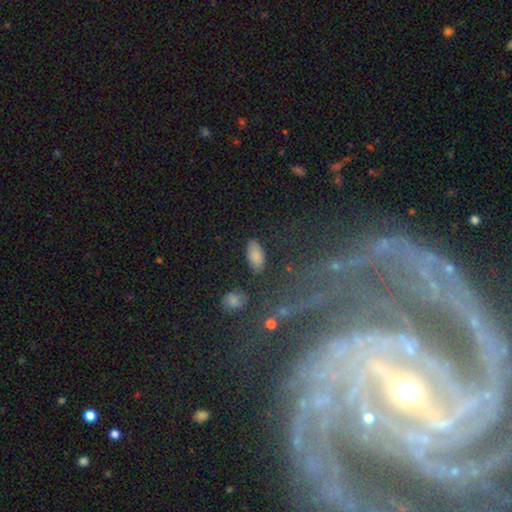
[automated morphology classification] smooth-or-featured: smooth: 83% | star or artifact: 9% | featured or disk: 8%
  how-rounded: in between: 92% | cigar-shaped: 5% | round: 3%
  merging: none: 80% | minor disturbance: 14% | major disturbance: 4% | merger: 2%